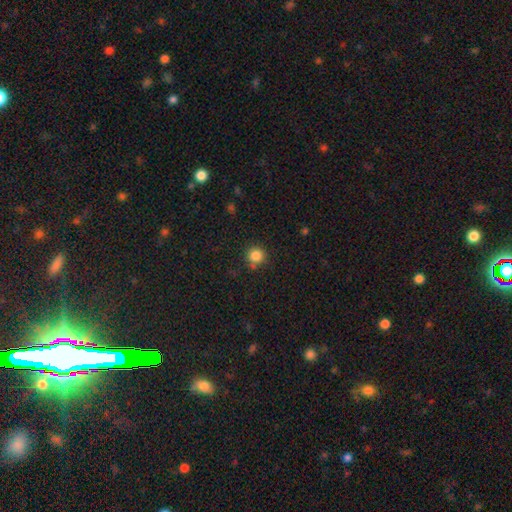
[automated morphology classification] Smooth or featured?
  - smooth: 83% *
  - star or artifact: 12%
  - featured or disk: 4%
How rounded?
  - round: 93% *
  - in between: 6%
  - cigar-shaped: 1%
Merging?
  - none: 80% *
  - minor disturbance: 10%
  - merger: 7%
  - major disturbance: 3%